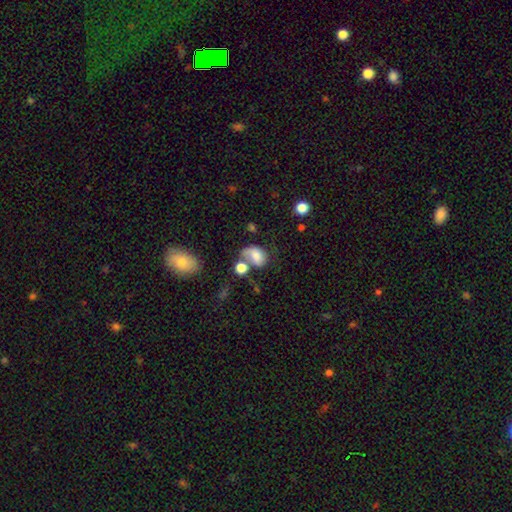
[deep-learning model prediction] A smooth galaxy with no disk features (61%) that is in between round and cigar-shaped (64%).

Vote fractions:
- Smooth or featured? smooth: 61% / featured or disk: 28% / star or artifact: 11%
- How rounded? in between: 64% / round: 35% / cigar-shaped: 1%
- Merging? merger: 31% / none: 28% / major disturbance: 22% / minor disturbance: 19%